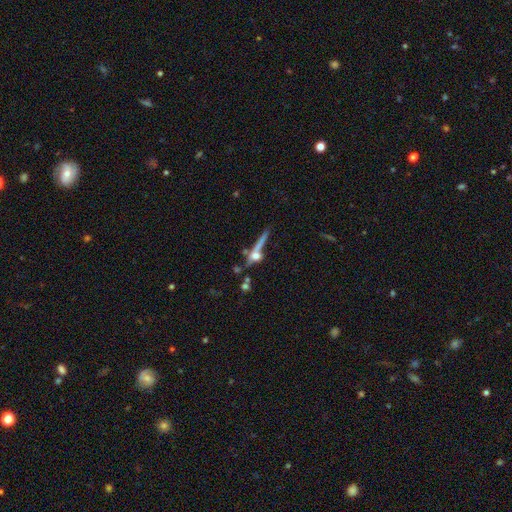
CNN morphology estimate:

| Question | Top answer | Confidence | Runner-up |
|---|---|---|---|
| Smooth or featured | featured or disk | 53% | smooth (34%) |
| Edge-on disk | yes | 81% | no (19%) |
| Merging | none | 53% | merger (21%) |